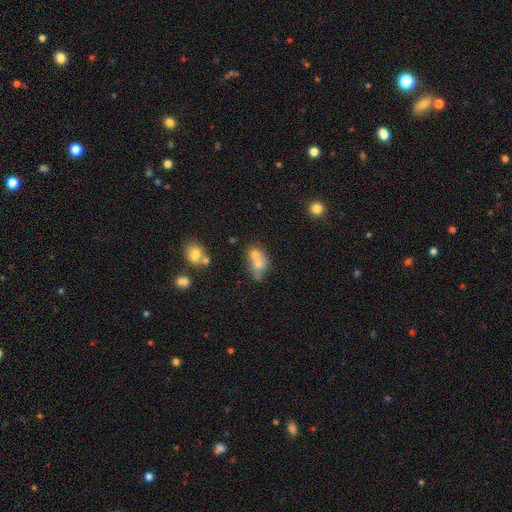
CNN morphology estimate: This is likely a smooth galaxy (65%). How rounded: possibly round (51%). Merging: likely merger (65%).